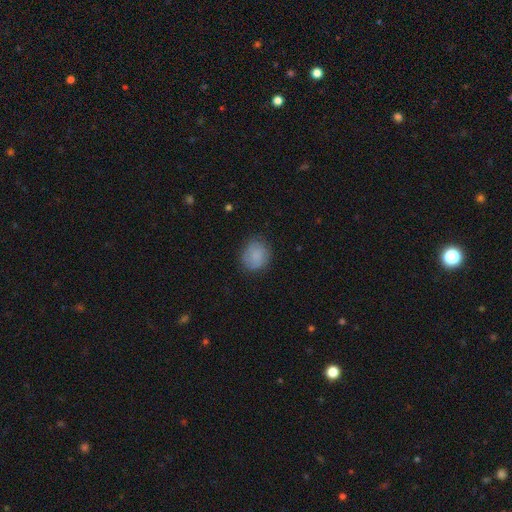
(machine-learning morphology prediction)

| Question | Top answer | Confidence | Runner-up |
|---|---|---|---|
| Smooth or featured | smooth | 85% | star or artifact (8%) |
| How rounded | round | 76% | in between (23%) |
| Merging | none | 79% | minor disturbance (16%) |